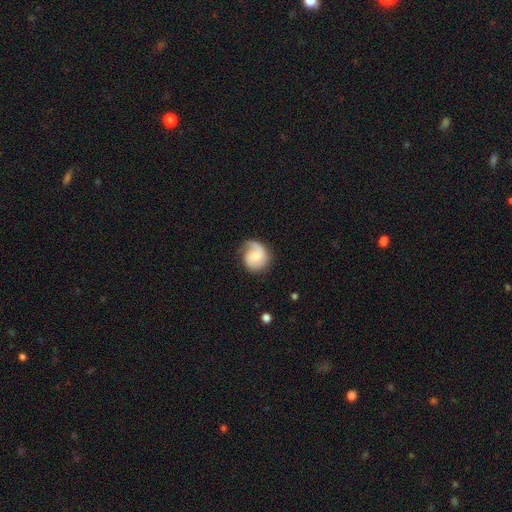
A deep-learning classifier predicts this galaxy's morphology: This is likely a featured or disk galaxy (64%). It is clearly not viewed edge-on (98%). Bar: likely no (62%). Spiral arm pattern: clearly yes (94%). Spiral arm count: possibly 1 (51%). Spiral winding: marginally medium (40%). Central bulge: marginally small (45%). Merging: likely none (61%).